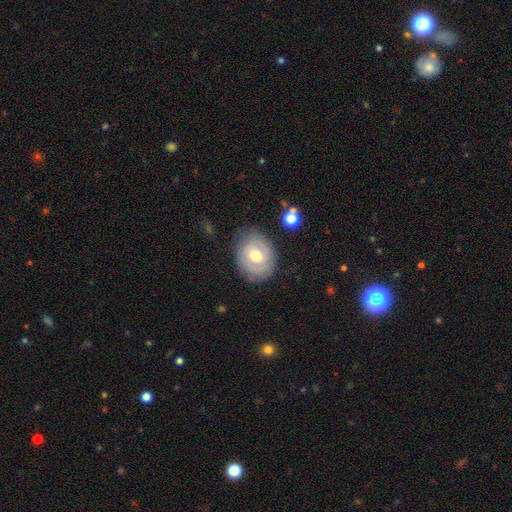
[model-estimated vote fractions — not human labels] Q: Smooth or featured?
A: smooth (46%); runner-up: featured or disk (45%)
Q: Merging?
A: none (75%); runner-up: minor disturbance (17%)